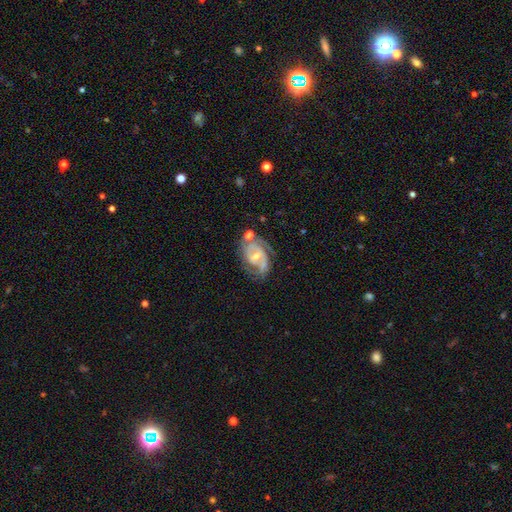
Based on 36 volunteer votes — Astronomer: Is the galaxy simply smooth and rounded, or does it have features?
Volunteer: featured or disk — 97%.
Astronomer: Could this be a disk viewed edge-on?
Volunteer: no — 100%.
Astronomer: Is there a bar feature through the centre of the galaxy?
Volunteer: no — 46% (runner-up: weak, 40%).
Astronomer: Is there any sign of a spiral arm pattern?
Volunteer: yes — 100%.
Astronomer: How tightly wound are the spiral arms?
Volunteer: tight — 57% (runner-up: medium, 43%).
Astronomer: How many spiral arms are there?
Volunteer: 2 — 74%.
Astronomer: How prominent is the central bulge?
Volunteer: small — 51% (runner-up: moderate, 43%).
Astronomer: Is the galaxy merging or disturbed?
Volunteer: none — 72%.